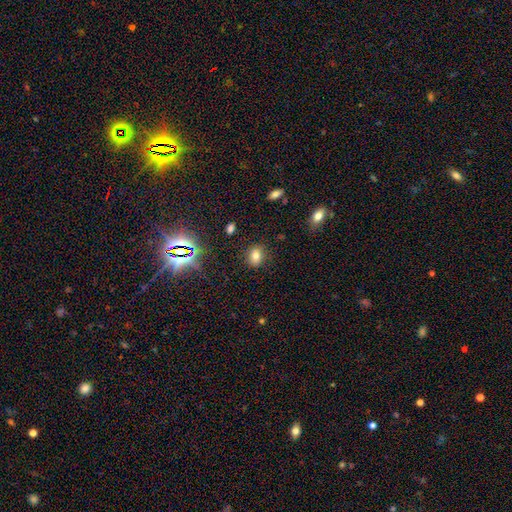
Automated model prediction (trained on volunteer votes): A smooth galaxy with no disk features (73%) that is in between round and cigar-shaped (55%). Merging: none (84%).